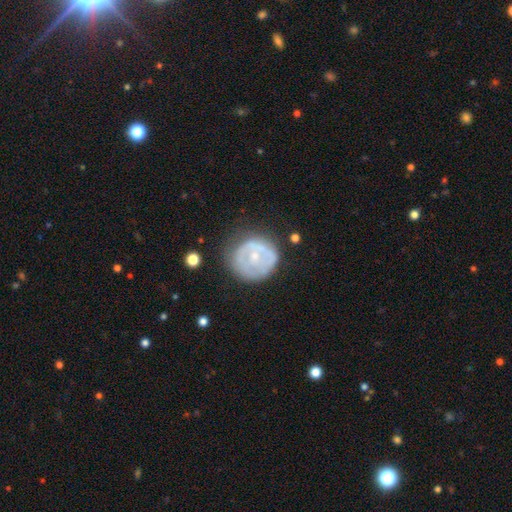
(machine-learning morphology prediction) Smooth or featured? featured or disk (52%)
Edge-on disk? no (97%)
Bar? no (78%)
Spiral arms? no (69%)
Bulge size? small (61%)
Merging? none (63%)